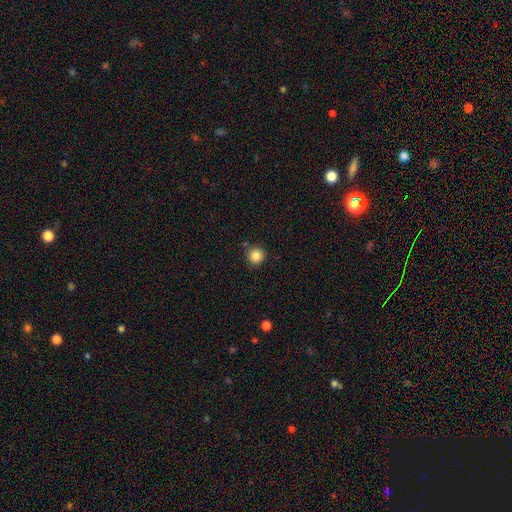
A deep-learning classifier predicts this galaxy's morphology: type=smooth (85%); roundness=round (94%); merging=none (86%).